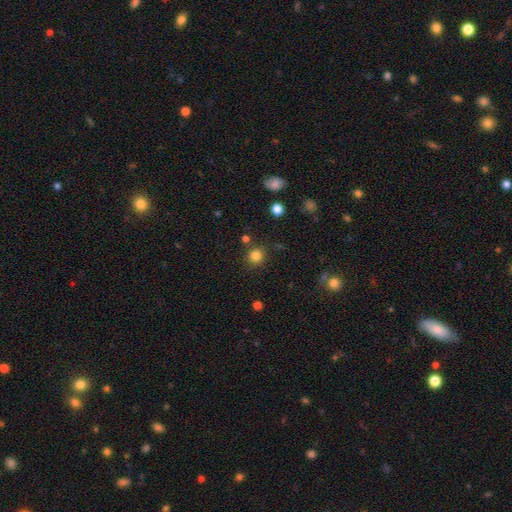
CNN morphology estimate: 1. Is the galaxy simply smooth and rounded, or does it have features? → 82% smooth, 13% star or artifact, 5% featured or disk.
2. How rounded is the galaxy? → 92% round, 7% in between, 1% cigar-shaped.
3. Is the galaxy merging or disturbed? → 85% none, 8% minor disturbance, 4% merger, 3% major disturbance.